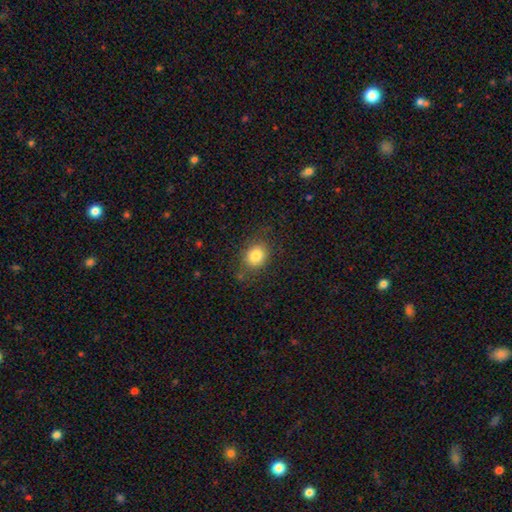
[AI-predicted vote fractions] This appears to be a smooth galaxy with no disk features (82%) that is round (54%). Merging: none (79%).